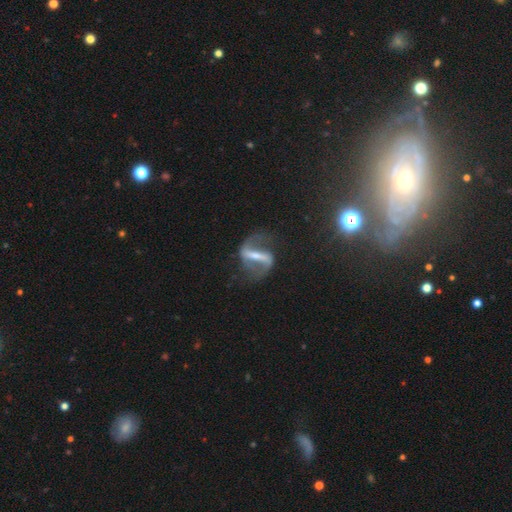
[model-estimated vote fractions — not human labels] smooth-or-featured: featured or disk: 85% | star or artifact: 8% | smooth: 7%
  disk-edge-on: no: 92% | yes: 8%
    bar: strong: 78% | weak: 17% | no: 6%
    has-spiral-arms: yes: 90% | no: 10%
      spiral-winding: loose: 55% | medium: 35% | tight: 10%
      spiral-arm-count: 2: 91% | can't tell: 3% | 1: 3% | 3: 1% | 4: 1% | more than 4: 1%
    bulge-size: small: 45% | moderate: 29% | none: 20% | large: 5% | dominant: 2%
  merging: none: 71% | minor disturbance: 14% | major disturbance: 13% | merger: 2%